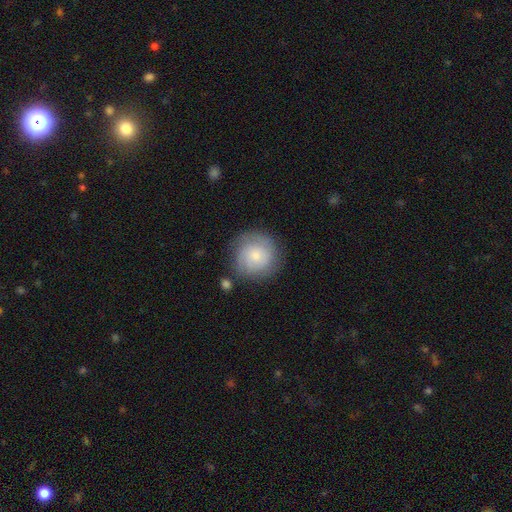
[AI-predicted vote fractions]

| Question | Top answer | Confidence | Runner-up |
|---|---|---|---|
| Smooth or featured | smooth | 53% | featured or disk (40%) |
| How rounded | round | 93% | in between (6%) |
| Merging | none | 77% | minor disturbance (15%) |